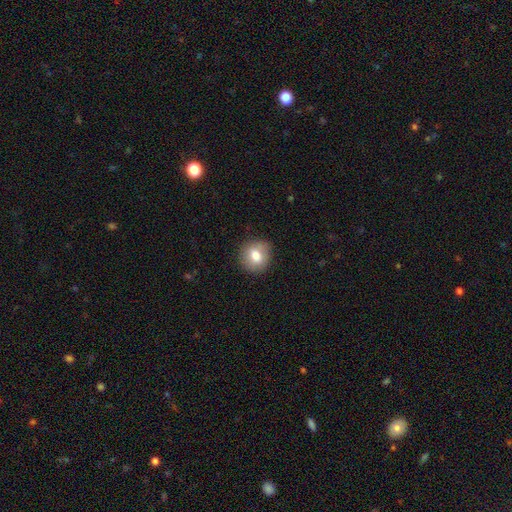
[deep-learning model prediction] Smooth or featured? smooth (77%)
How rounded? round (81%)
Merging? none (86%)